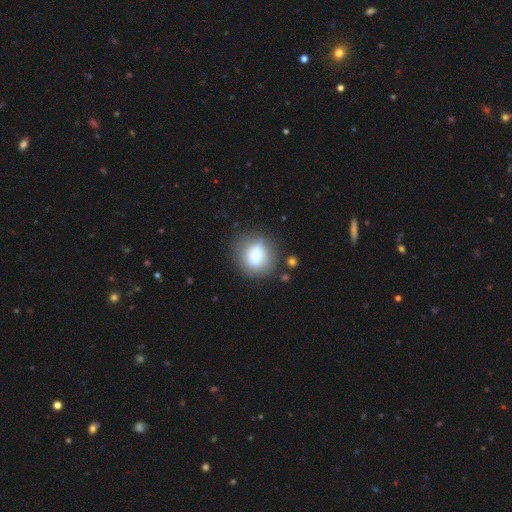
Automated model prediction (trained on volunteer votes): Q: Smooth or featured?
A: smooth (71%); runner-up: featured or disk (19%)
Q: How rounded?
A: round (71%); runner-up: in between (26%)
Q: Merging?
A: none (71%); runner-up: minor disturbance (17%)